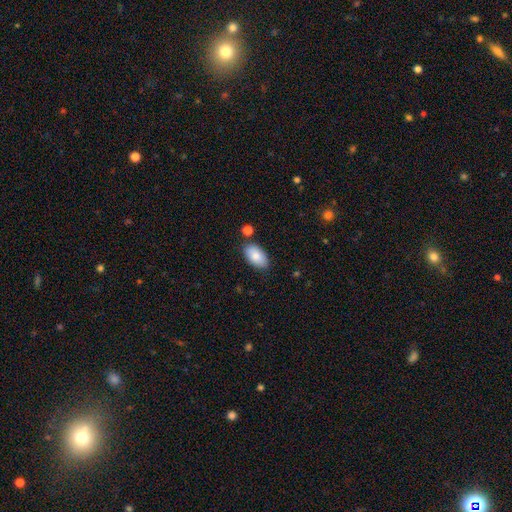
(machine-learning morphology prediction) Overall: smooth (84%). How rounded: in between (94%). Merging: none (81%).